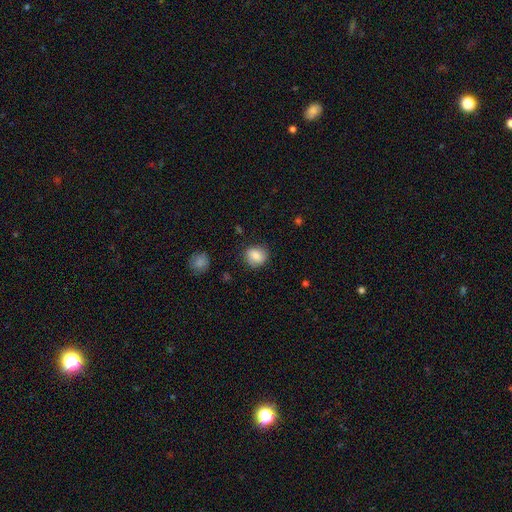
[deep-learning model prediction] smooth-or-featured: smooth: 82% | featured or disk: 10% | star or artifact: 9%
  how-rounded: round: 76% | in between: 23% | cigar-shaped: 1%
  merging: none: 84% | minor disturbance: 12% | major disturbance: 3% | merger: 1%